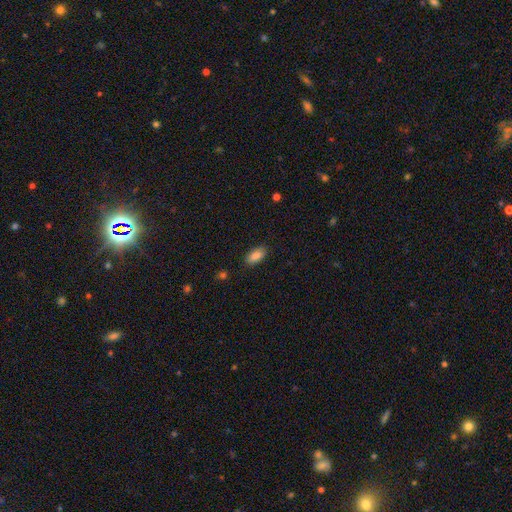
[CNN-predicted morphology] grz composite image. It shows a smooth galaxy with no disk features (86%) that is in between round and cigar-shaped (91%). Merging: none (87%).